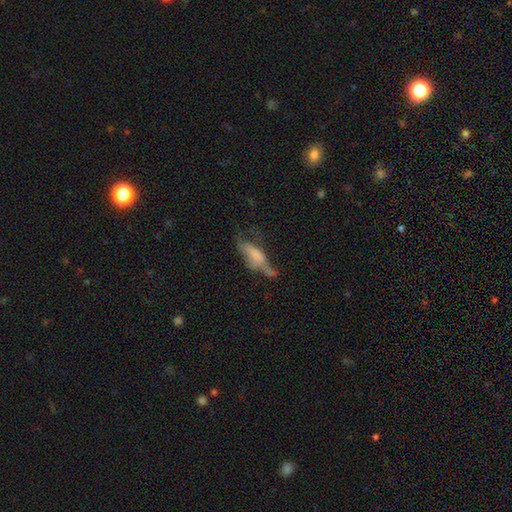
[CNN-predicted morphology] Smooth or featured? smooth (49%)
Merging? major disturbance (40%)